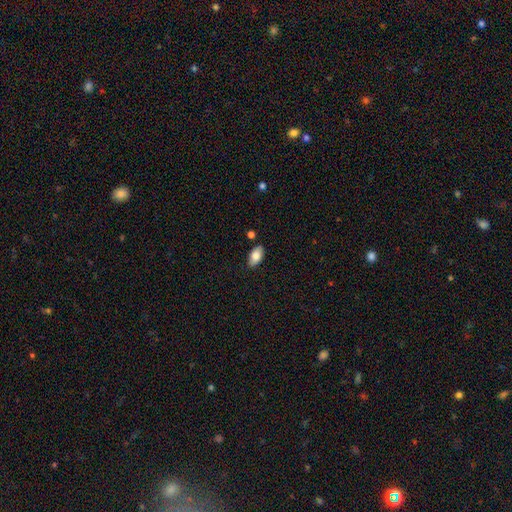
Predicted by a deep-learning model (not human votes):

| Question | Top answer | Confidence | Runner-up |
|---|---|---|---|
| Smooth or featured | smooth | 80% | featured or disk (14%) |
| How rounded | in between | 93% | round (4%) |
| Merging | none | 84% | minor disturbance (12%) |